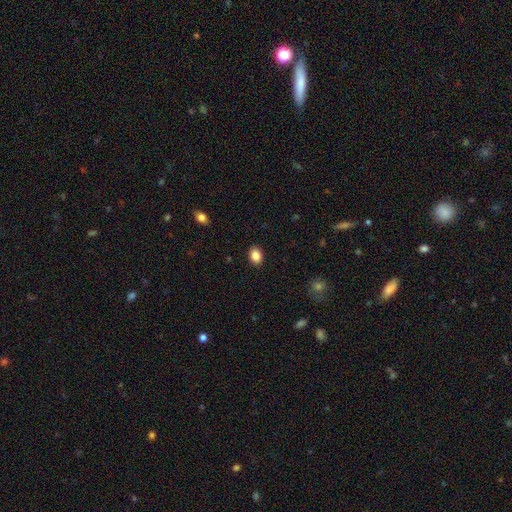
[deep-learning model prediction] Smooth or featured: smooth — 87% (star or artifact — 9%)
How rounded: in between — 64% (round — 35%)
Merging: none — 90% (minor disturbance — 7%)